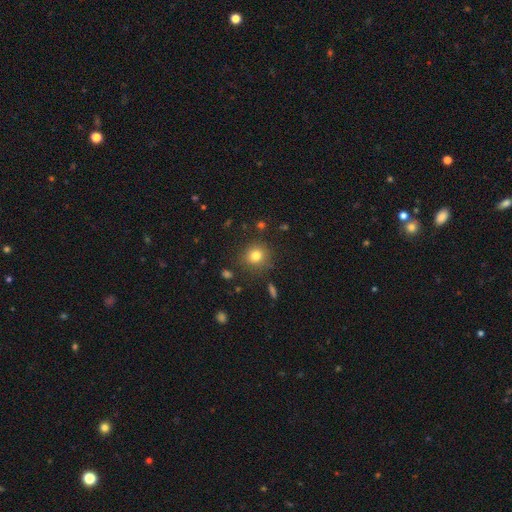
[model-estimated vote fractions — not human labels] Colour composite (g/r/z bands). It shows a smooth galaxy with no disk features (79%) that is round (88%). Merging: none (86%).